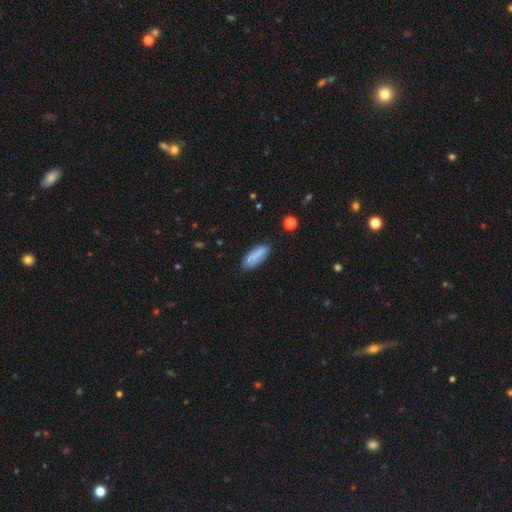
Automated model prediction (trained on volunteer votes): Smooth or featured?
  - smooth: 84% *
  - featured or disk: 9%
  - star or artifact: 7%
How rounded?
  - in between: 66% *
  - cigar-shaped: 33%
  - round: 2%
Merging?
  - none: 79% *
  - minor disturbance: 16%
  - major disturbance: 3%
  - merger: 2%